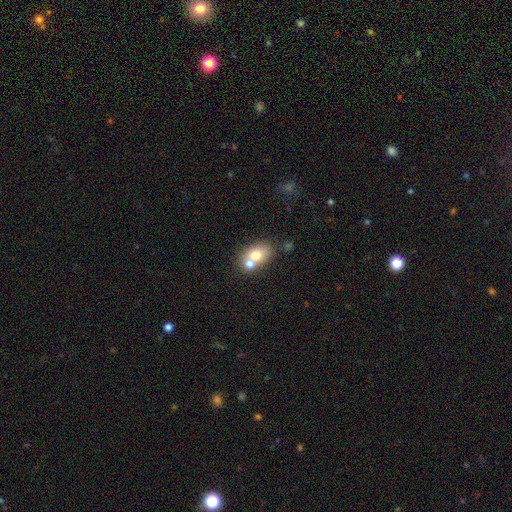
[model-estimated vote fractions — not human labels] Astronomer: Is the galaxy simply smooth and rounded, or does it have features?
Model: smooth — 70%.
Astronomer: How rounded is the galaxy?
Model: in between — 69%.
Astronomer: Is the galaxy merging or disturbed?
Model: merger — 43%, tied with none at 43%.